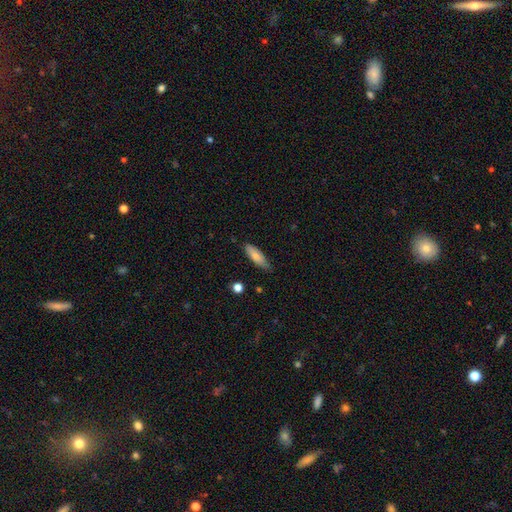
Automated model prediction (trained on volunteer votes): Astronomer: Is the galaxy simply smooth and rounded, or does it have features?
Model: smooth — 77%.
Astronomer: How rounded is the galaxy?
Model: in between — 56% (runner-up: cigar-shaped, 42%).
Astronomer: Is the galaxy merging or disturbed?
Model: none — 73%.